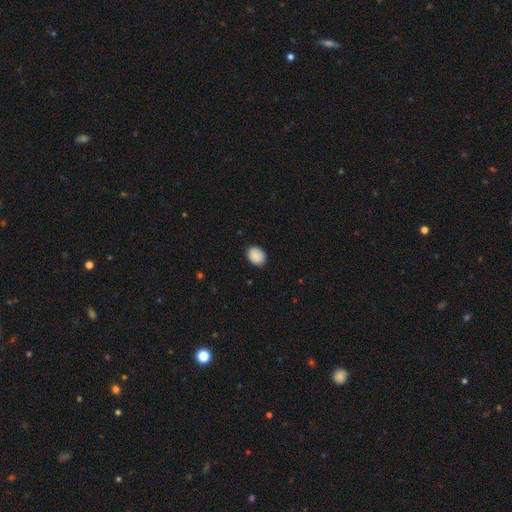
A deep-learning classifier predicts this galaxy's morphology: Smooth or featured? smooth (90%)
How rounded? in between (53%)
Merging? none (88%)